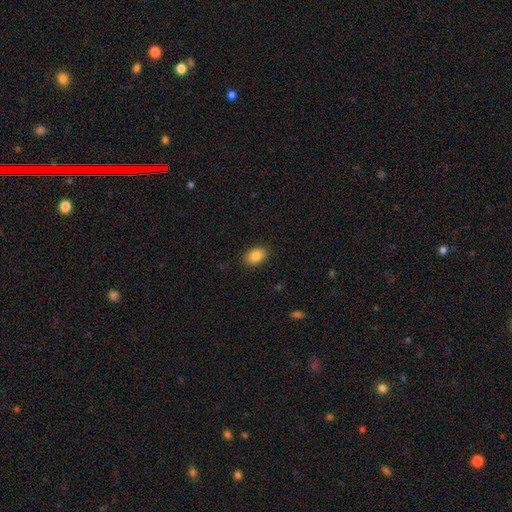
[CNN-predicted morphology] This is clearly a smooth galaxy (86%). How rounded: likely in between (80%). Merging: clearly none (89%).